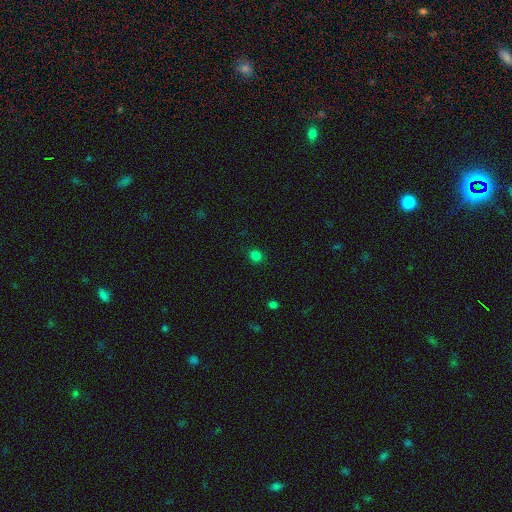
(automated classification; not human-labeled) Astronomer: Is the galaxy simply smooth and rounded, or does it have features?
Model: smooth — 80%.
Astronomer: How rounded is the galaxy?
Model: round — 83%.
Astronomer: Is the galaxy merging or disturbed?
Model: none — 89%.